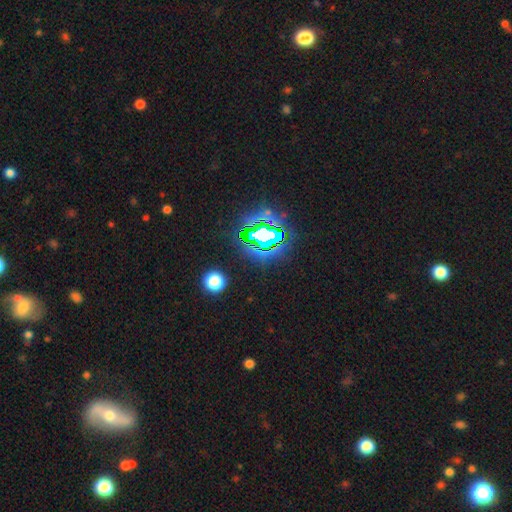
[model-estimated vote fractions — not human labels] This is clearly a star or artifact rather than a galaxy (80%).